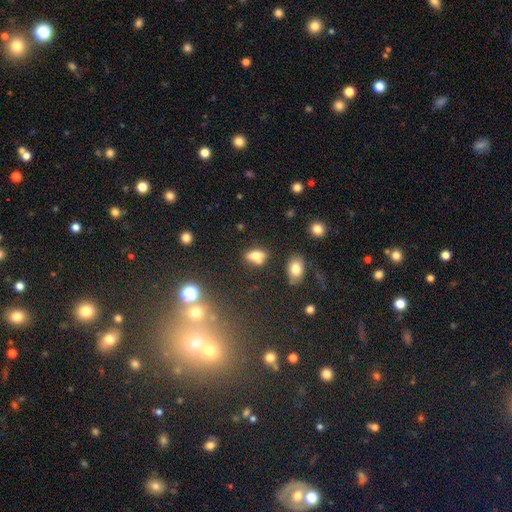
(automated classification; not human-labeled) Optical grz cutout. It shows a smooth galaxy with no disk features (67%) that is in between round and cigar-shaped (77%). Merging: none (57%).